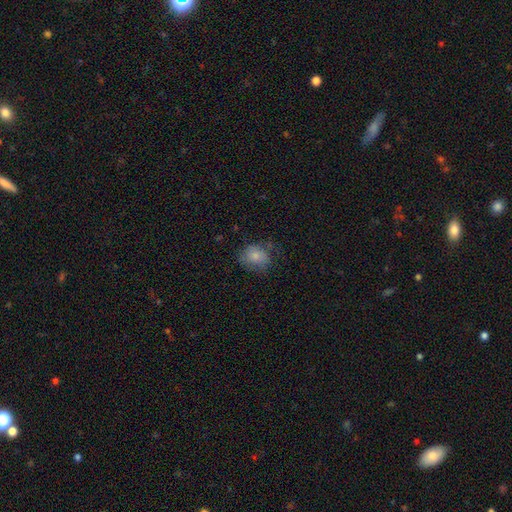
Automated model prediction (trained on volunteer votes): Smooth or featured? smooth (79%)
How rounded? round (59%)
Merging? none (57%)